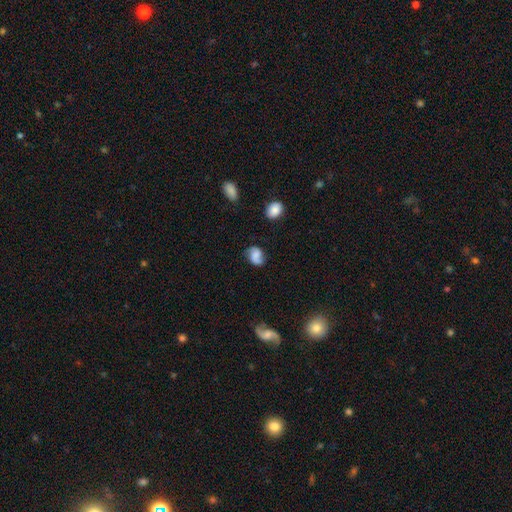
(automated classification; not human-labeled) Smooth or featured: smooth — 45% (featured or disk — 44%)
Merging: none — 65% (minor disturbance — 23%)